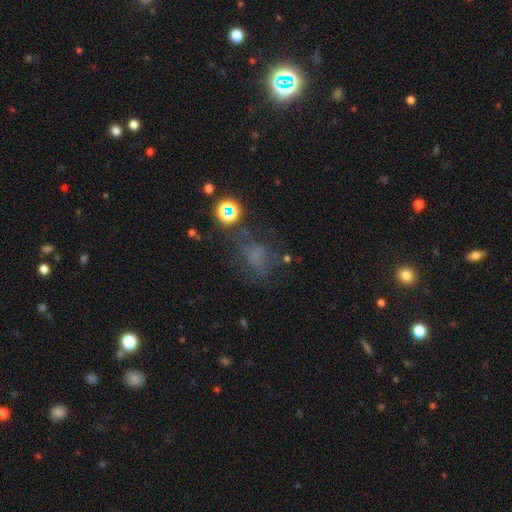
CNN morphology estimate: This is possibly a smooth galaxy (46%). Merging: possibly none (56%).